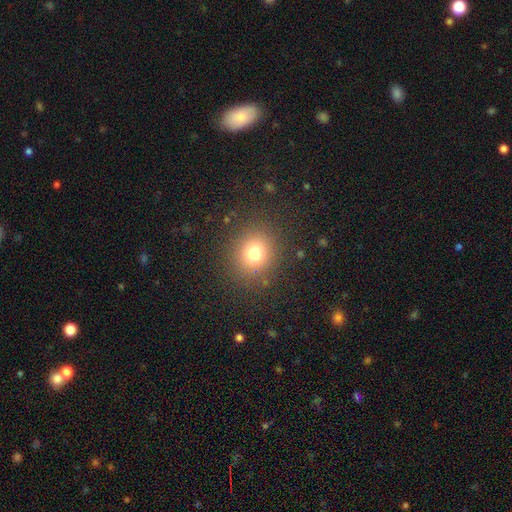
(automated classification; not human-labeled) This is likely a smooth galaxy (76%). How rounded: likely round (76%). Merging: clearly none (85%).